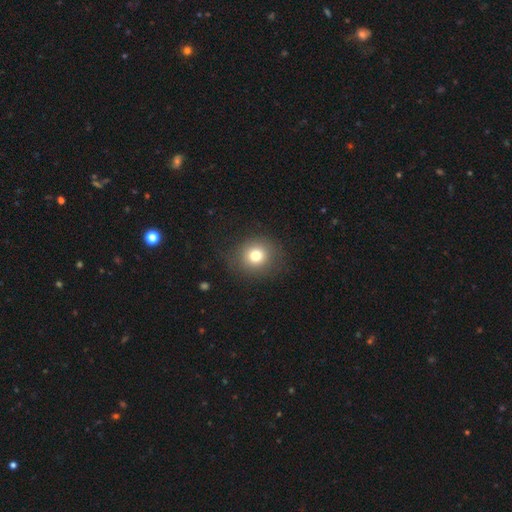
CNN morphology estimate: This is likely a smooth galaxy (78%). How rounded: clearly round (87%). Merging: clearly none (84%).